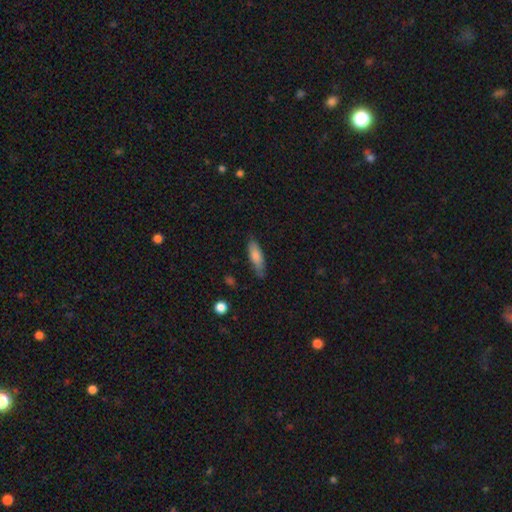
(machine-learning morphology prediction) smooth 79%, featured or disk 15%, star or artifact 6%. Down the decision tree: how rounded — in between (56%); merging — none (71%).